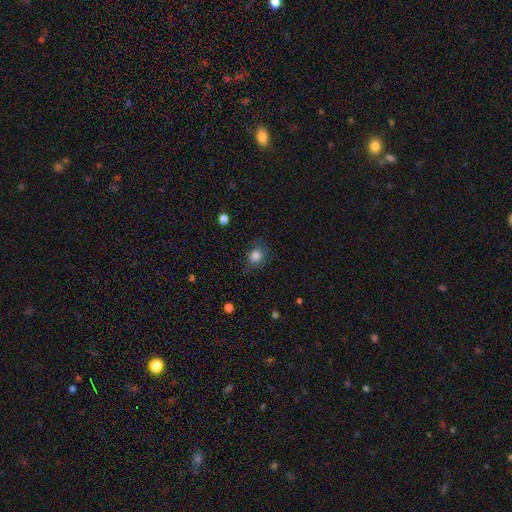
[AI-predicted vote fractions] Q: Smooth or featured?
A: smooth (82%); runner-up: star or artifact (10%)
Q: How rounded?
A: round (72%); runner-up: in between (27%)
Q: Merging?
A: none (74%); runner-up: minor disturbance (18%)